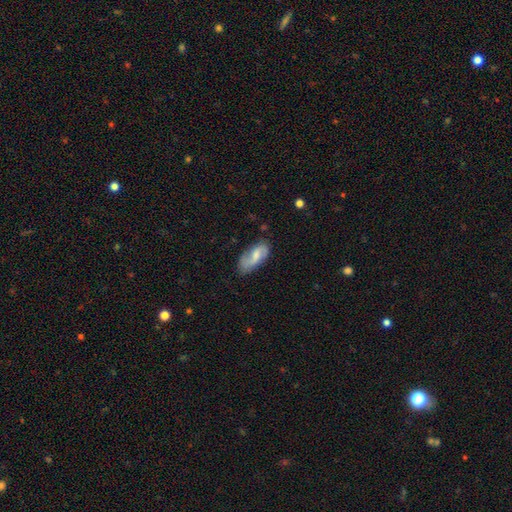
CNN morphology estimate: A featured or disk galaxy (47%). Merging: none (64%).